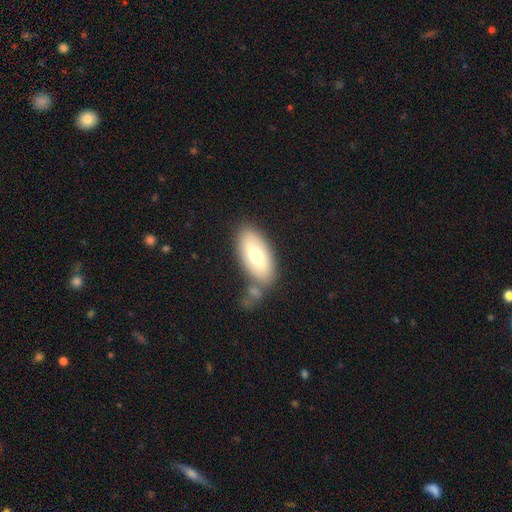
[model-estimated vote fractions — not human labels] Smooth or featured? smooth (57%)
How rounded? in between (88%)
Merging? none (63%)